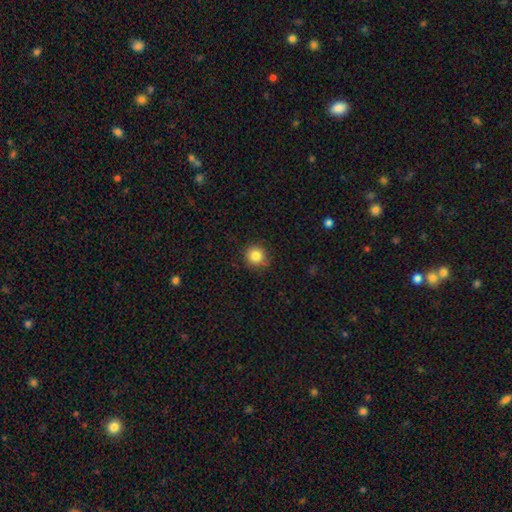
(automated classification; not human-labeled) This appears to be a smooth galaxy with no disk features (84%) that is round (93%). Merging: none (86%).